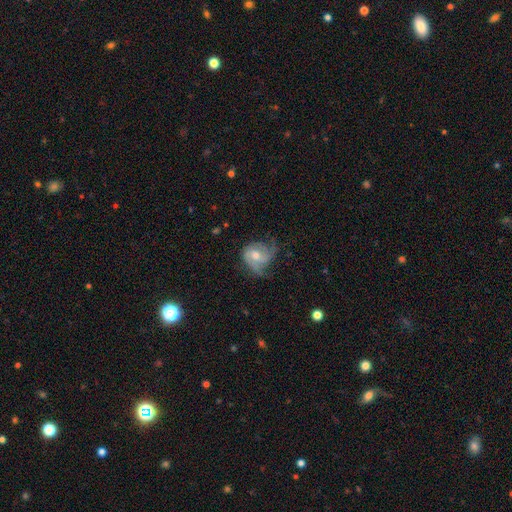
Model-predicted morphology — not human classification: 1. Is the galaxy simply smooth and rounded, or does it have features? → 70% featured or disk, 22% smooth, 8% star or artifact.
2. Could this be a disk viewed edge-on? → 97% no, 3% yes.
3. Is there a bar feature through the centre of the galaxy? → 59% no, 33% weak, 8% strong.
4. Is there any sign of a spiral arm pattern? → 88% yes, 12% no.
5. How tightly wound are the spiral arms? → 43% medium, 34% tight, 24% loose.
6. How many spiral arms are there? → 33% 3, 29% 2, 21% can't tell, 8% 1, 5% 4, 3% more than 4.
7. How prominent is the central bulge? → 65% moderate, 29% small, 3% large, 2% none, 1% dominant.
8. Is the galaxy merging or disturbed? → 49% none, 28% minor disturbance, 22% major disturbance, 2% merger.